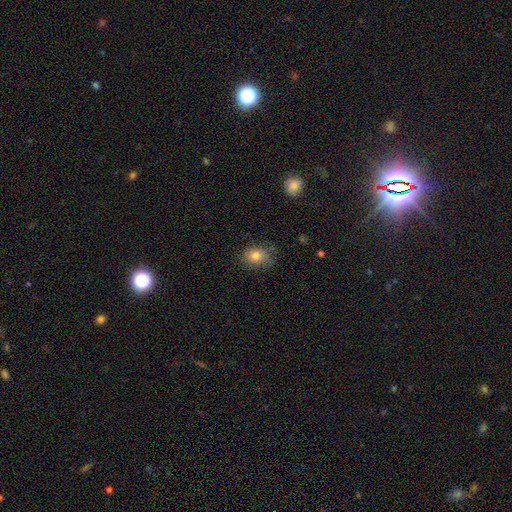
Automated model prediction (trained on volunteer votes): smooth 78%, featured or disk 12%, star or artifact 9%. Down the decision tree: how rounded — in between (55%); merging — none (69%).